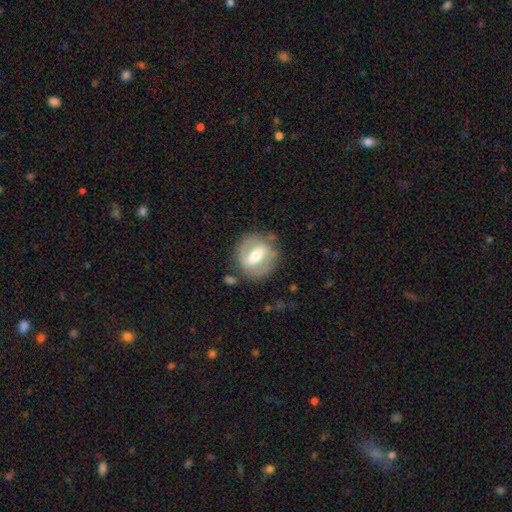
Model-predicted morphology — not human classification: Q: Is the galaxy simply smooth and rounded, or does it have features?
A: featured or disk — 64%.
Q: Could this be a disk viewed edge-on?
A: no — 90%.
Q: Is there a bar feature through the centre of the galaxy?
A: strong — 56%.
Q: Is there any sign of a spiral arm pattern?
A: no — 53%.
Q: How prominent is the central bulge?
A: moderate — 67%.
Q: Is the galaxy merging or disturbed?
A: none — 75%.